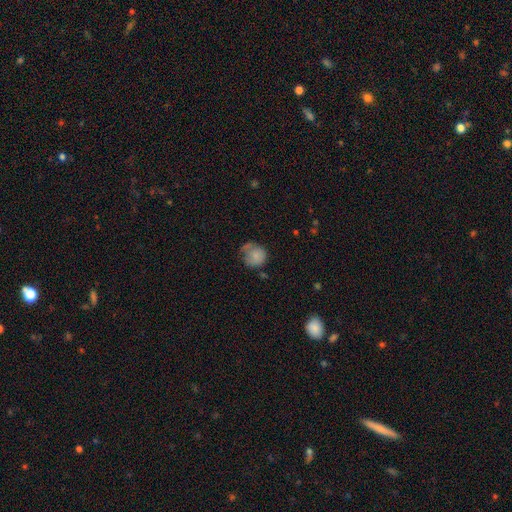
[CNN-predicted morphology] smooth-or-featured: smooth: 78% | featured or disk: 14% | star or artifact: 9%
  how-rounded: round: 82% | in between: 17% | cigar-shaped: 1%
  merging: none: 44% | minor disturbance: 33% | major disturbance: 16% | merger: 7%